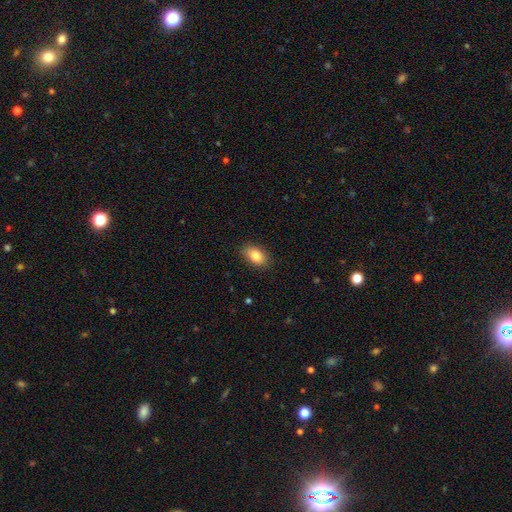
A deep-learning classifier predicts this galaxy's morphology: Smooth or featured: smooth — 84% (featured or disk — 8%)
How rounded: in between — 88% (round — 10%)
Merging: none — 86% (minor disturbance — 10%)